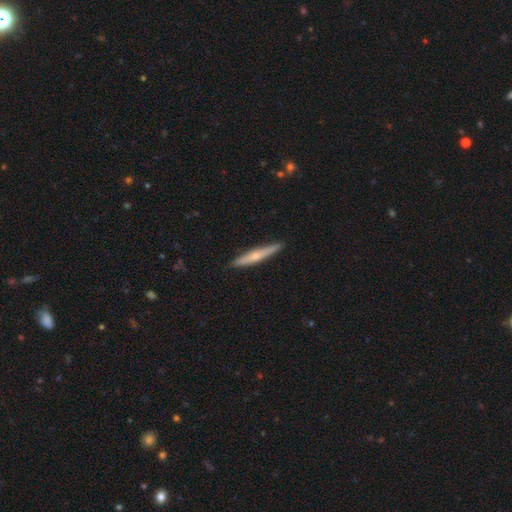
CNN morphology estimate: Smooth or featured? featured or disk (48%)
Merging? none (90%)